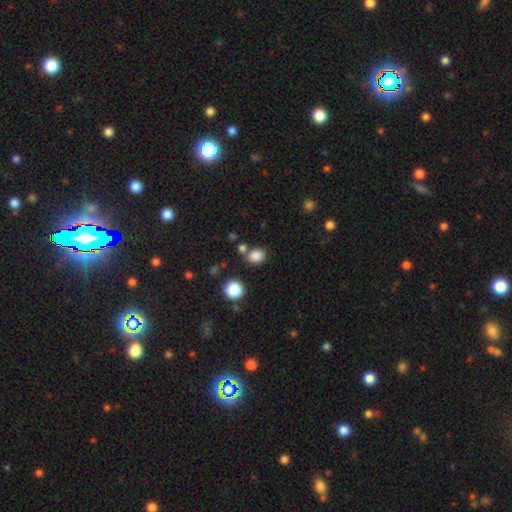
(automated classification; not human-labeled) A smooth galaxy with no disk features (83%) that is in between round and cigar-shaped (52%).

Vote fractions:
- Smooth or featured? smooth: 83% / star or artifact: 13% / featured or disk: 4%
- How rounded? in between: 52% / round: 47% / cigar-shaped: 1%
- Merging? none: 71% / merger: 13% / minor disturbance: 12% / major disturbance: 4%